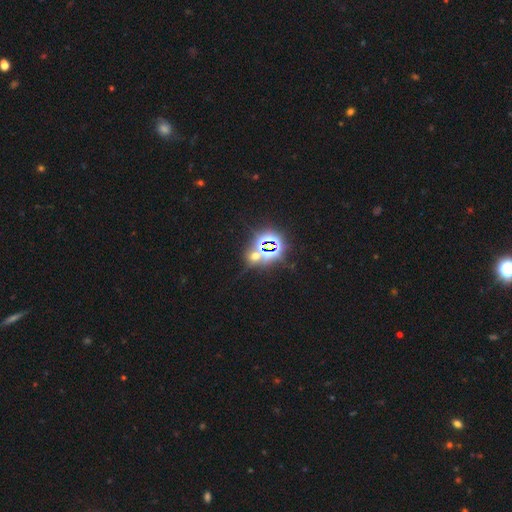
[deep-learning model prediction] smooth_or_featured: star or artifact (p=0.72) [alt: smooth p=0.20]